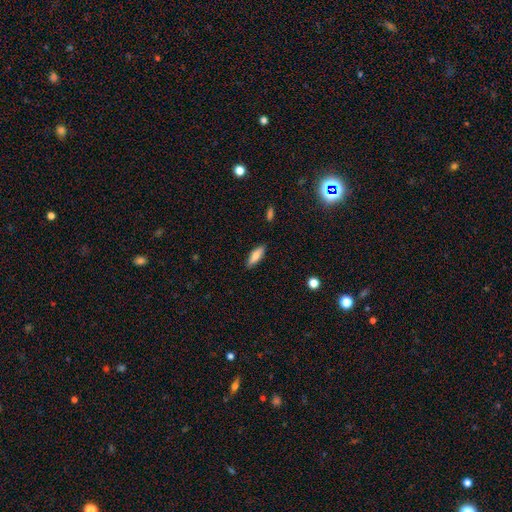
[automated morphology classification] Smooth or featured?
  - smooth: 75% *
  - featured or disk: 19%
  - star or artifact: 7%
How rounded?
  - in between: 53% *
  - cigar-shaped: 45%
  - round: 2%
Merging?
  - none: 87% *
  - minor disturbance: 9%
  - major disturbance: 2%
  - merger: 1%